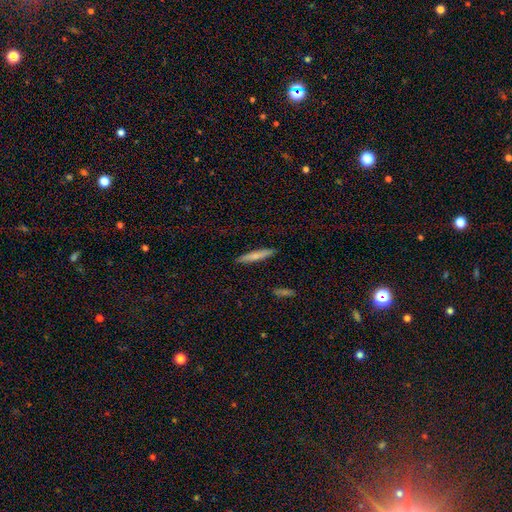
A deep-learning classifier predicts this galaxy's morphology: A smooth galaxy with no disk features (70%) that is cigar-shaped (93%). Merging: none (90%).